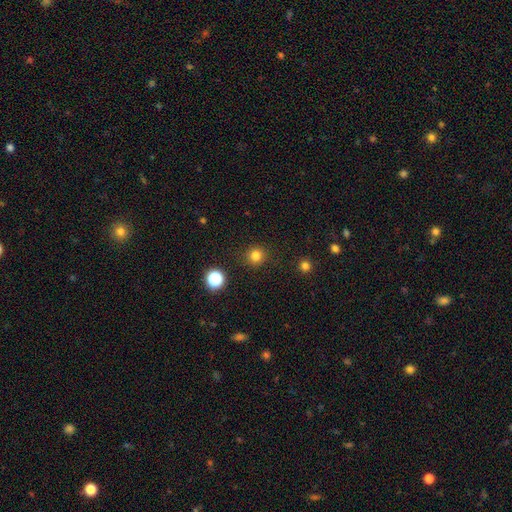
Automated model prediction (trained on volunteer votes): Morphology: type=smooth (81%); roundness=round (94%); merging=none (90%).